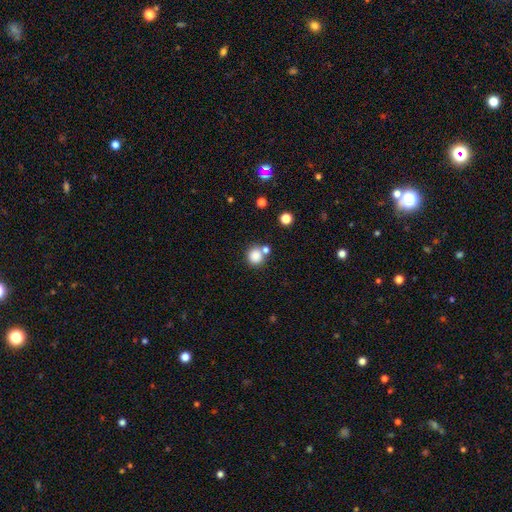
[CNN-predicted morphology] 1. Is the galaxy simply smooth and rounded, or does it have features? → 84% smooth, 11% star or artifact, 5% featured or disk.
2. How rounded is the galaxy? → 91% round, 8% in between, 1% cigar-shaped.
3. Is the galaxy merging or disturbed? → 67% none, 21% merger, 9% minor disturbance, 3% major disturbance.